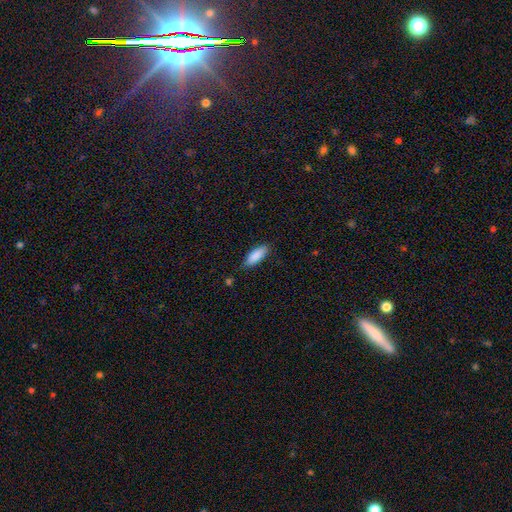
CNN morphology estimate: smooth_or_featured: smooth (p=0.88) [alt: featured or disk p=0.06]
how_rounded: in between (p=0.75) [alt: cigar-shaped p=0.23]
merging: none (p=0.79) [alt: minor disturbance p=0.17]